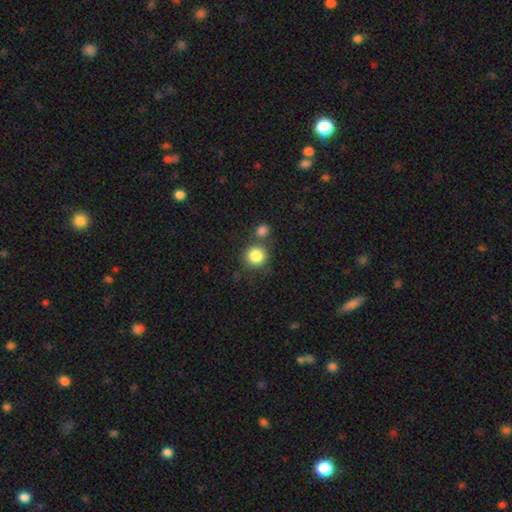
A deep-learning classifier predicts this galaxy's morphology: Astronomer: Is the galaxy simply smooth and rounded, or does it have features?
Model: smooth — 84%.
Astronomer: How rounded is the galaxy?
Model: round — 90%.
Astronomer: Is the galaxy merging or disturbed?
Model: none — 68%.